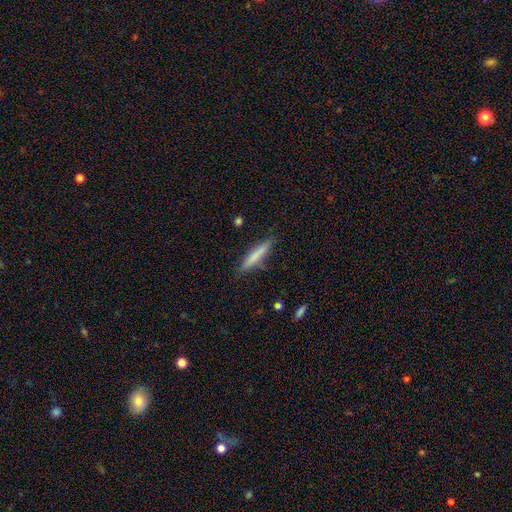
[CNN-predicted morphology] type=smooth (73%); roundness=cigar-shaped (91%); merging=none (85%).